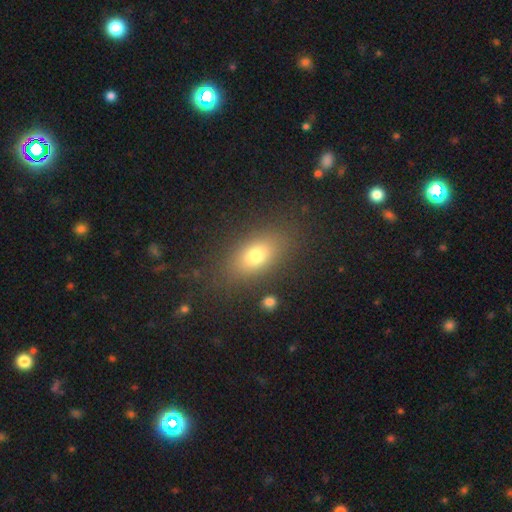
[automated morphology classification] smooth-or-featured: smooth: 74% | featured or disk: 14% | star or artifact: 12%
  how-rounded: in between: 82% | round: 12% | cigar-shaped: 6%
  merging: none: 83% | minor disturbance: 10% | major disturbance: 5% | merger: 2%